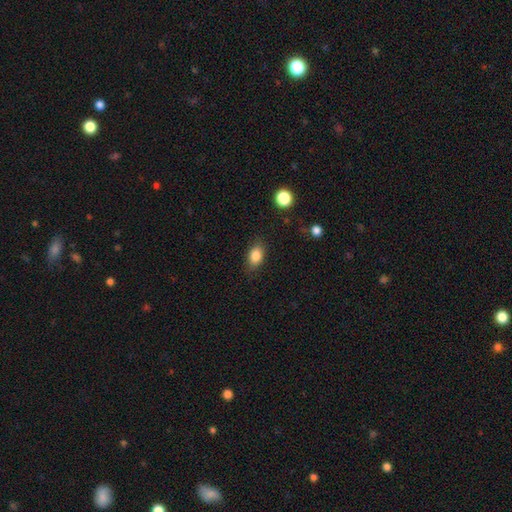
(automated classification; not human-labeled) The model was most divided on "how rounded": in between: 82%, round: 15%, cigar-shaped: 3%. More confident: smooth or featured — smooth (84%); merging — none (82%).